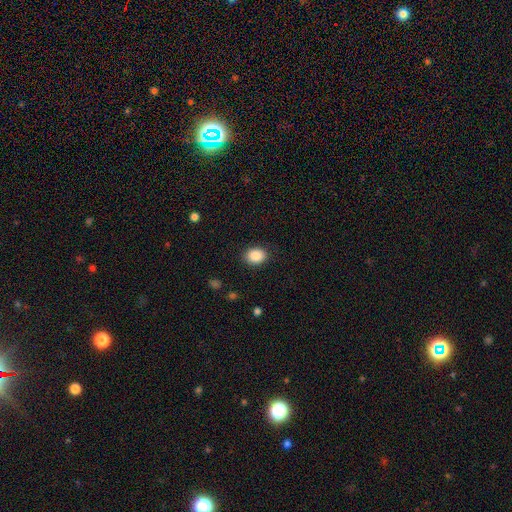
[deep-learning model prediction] smooth 89%, star or artifact 8%, featured or disk 3%. Down the decision tree: how rounded — in between (59%); merging — none (88%).